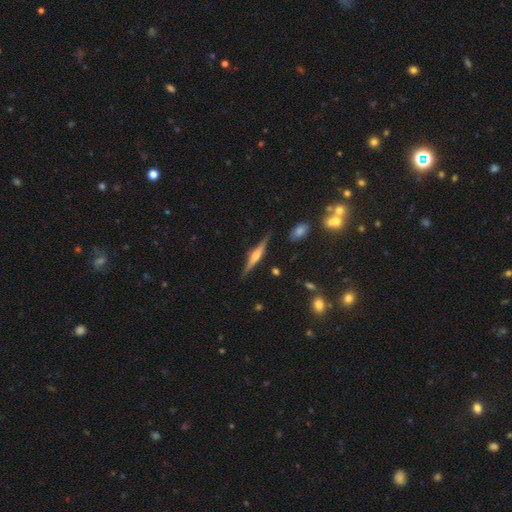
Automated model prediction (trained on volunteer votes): Morphology: type=featured or disk (74%); edge-on=yes (97%); edge-on bulge=rounded (81%); merging=none (87%).